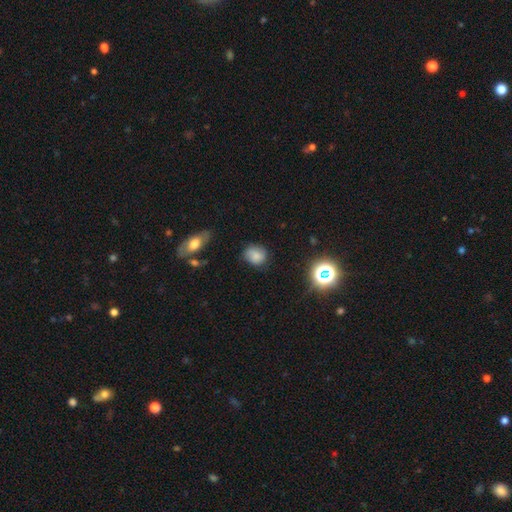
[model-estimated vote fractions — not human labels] Smooth or featured?
  - smooth: 74% *
  - featured or disk: 13%
  - star or artifact: 13%
How rounded?
  - round: 64% *
  - in between: 35%
  - cigar-shaped: 1%
Merging?
  - none: 68% *
  - minor disturbance: 24%
  - major disturbance: 6%
  - merger: 2%